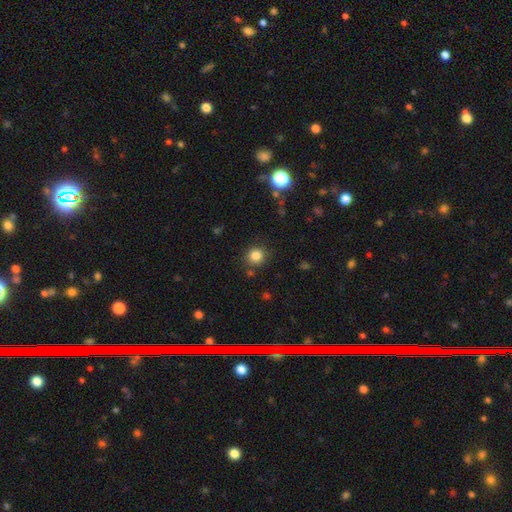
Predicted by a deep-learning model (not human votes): A smooth galaxy with no disk features (83%) that is round (91%).

Vote fractions:
- Smooth or featured? smooth: 83% / star or artifact: 12% / featured or disk: 5%
- How rounded? round: 91% / in between: 8% / cigar-shaped: 1%
- Merging? none: 84% / minor disturbance: 9% / merger: 4% / major disturbance: 3%